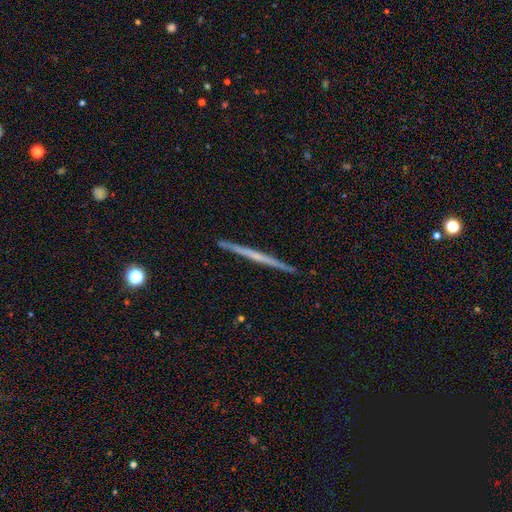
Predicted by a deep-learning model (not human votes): Smooth or featured? featured or disk (63%)
Edge-on disk? yes (98%)
Edge-on bulge? none (80%)
Merging? none (92%)